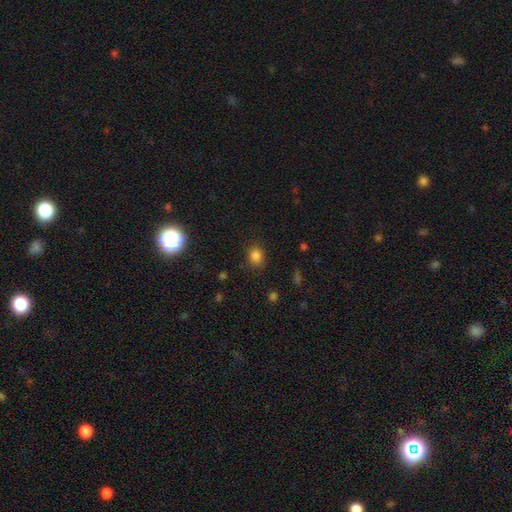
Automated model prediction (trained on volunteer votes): smooth_or_featured: smooth (p=0.82) [alt: star or artifact p=0.14]
how_rounded: round (p=0.58) [alt: in between p=0.41]
merging: none (p=0.81) [alt: minor disturbance p=0.13]